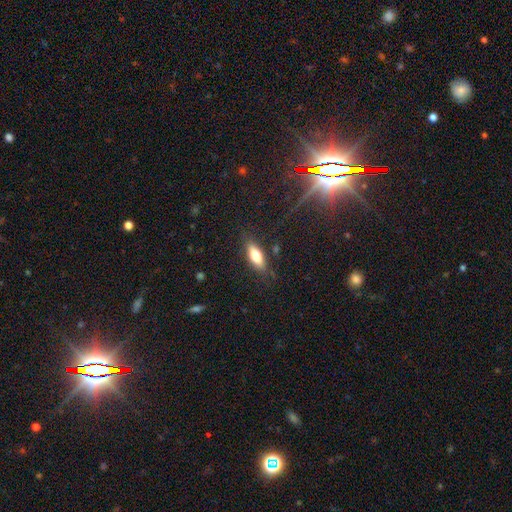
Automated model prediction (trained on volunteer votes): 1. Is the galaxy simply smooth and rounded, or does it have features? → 70% smooth, 23% featured or disk, 7% star or artifact.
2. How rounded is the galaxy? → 68% in between, 29% cigar-shaped, 3% round.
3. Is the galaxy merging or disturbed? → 83% none, 13% minor disturbance, 3% major disturbance, 2% merger.